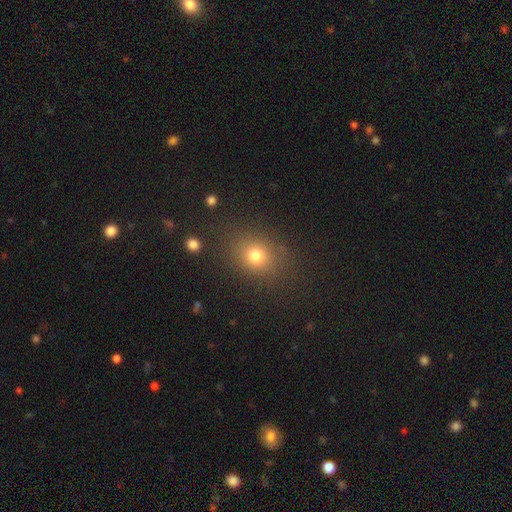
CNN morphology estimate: Q: Smooth or featured?
A: smooth (76%); runner-up: star or artifact (16%)
Q: How rounded?
A: round (60%); runner-up: in between (39%)
Q: Merging?
A: none (82%); runner-up: minor disturbance (11%)